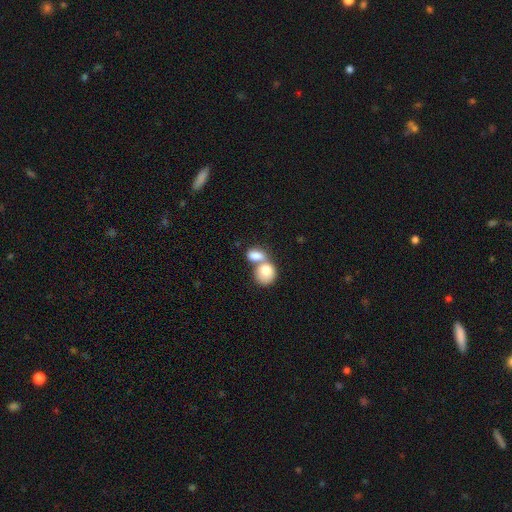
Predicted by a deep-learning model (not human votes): Smooth or featured: smooth — 80% (featured or disk — 13%)
How rounded: in between — 66% (round — 33%)
Merging: merger — 68% (none — 21%)